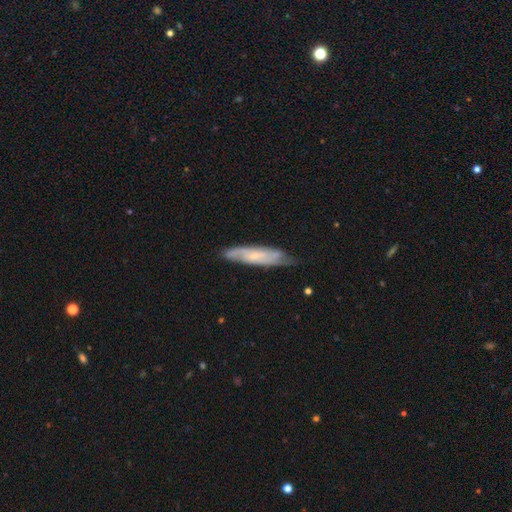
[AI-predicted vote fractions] Q: Smooth or featured?
A: featured or disk (63%); runner-up: smooth (31%)
Q: Edge-on disk?
A: no (66%); runner-up: yes (34%)
Q: Merging?
A: none (71%); runner-up: minor disturbance (23%)